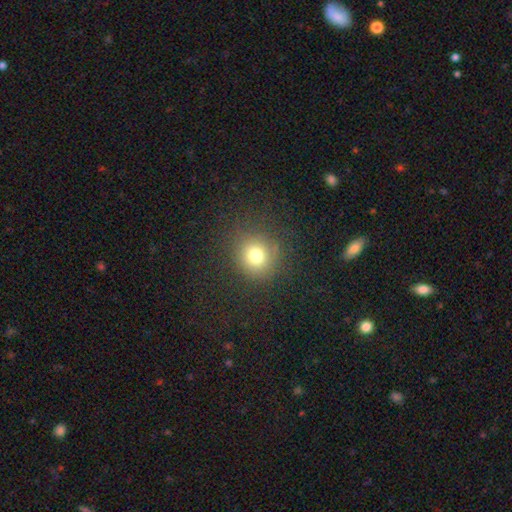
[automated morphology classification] smooth_or_featured: smooth (p=0.74) [alt: star or artifact p=0.17]
how_rounded: round (p=0.89) [alt: in between p=0.10]
merging: none (p=0.84) [alt: minor disturbance p=0.10]